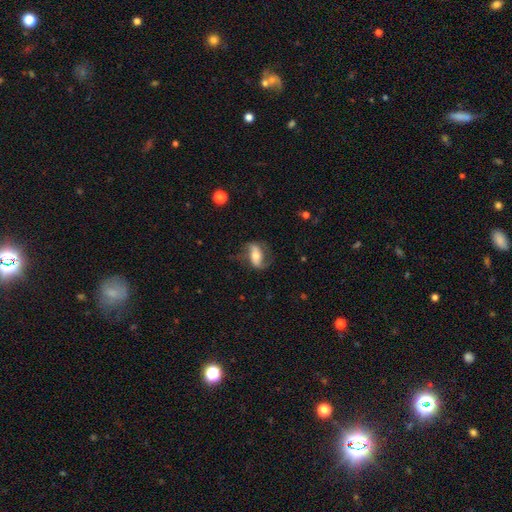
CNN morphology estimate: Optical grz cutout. It shows a featured or disk galaxy (65%) with a strong bar (40%), spiral arms (85%) and a moderate central bulge (61%). Merging: none (66%).